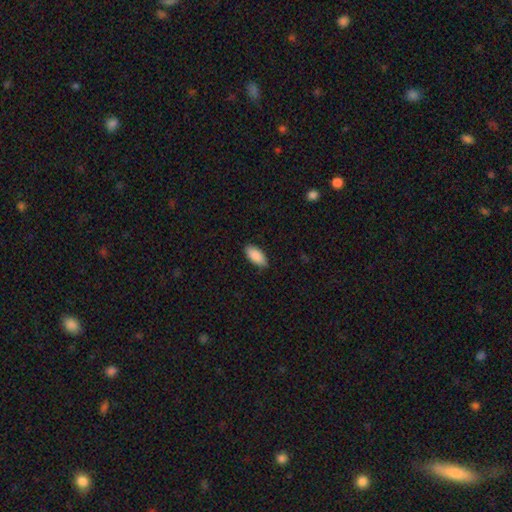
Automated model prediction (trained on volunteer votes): This appears to be a smooth galaxy with no disk features (90%) that is in between round and cigar-shaped (91%). Merging: none (85%).